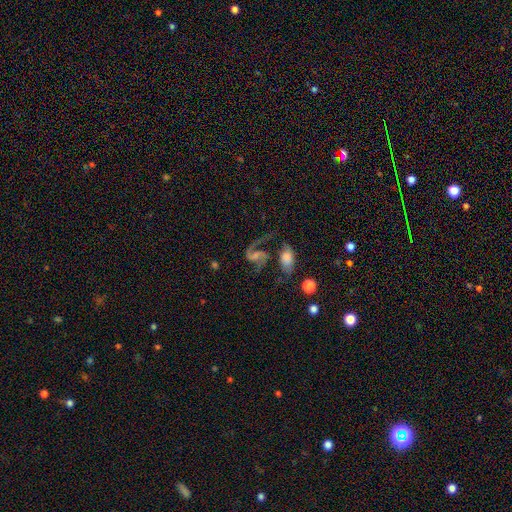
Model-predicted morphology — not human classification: This appears to be a featured or disk galaxy (83%) with no bar (43%), 2 (88%) loose (46%) spiral arms (96%) and a small central bulge (45%). Merging: none (48%).